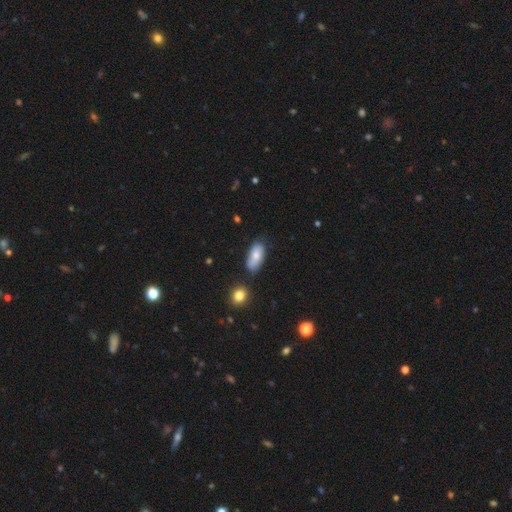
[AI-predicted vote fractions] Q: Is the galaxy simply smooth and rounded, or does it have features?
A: smooth — 76%.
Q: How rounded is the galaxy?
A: in between — 90%.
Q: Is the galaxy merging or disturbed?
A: none — 64%.